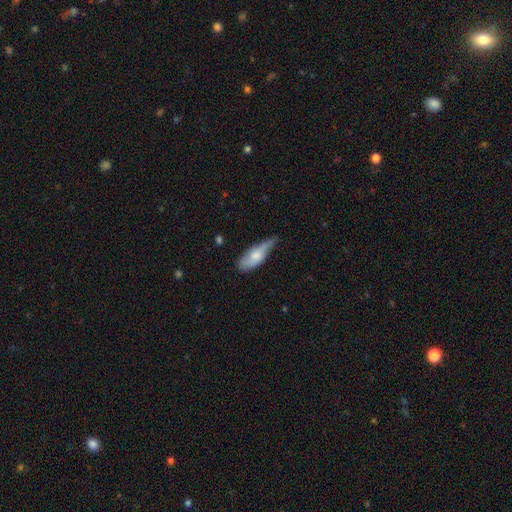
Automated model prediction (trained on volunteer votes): Q: Smooth or featured?
A: smooth (58%); runner-up: featured or disk (36%)
Q: How rounded?
A: in between (66%); runner-up: cigar-shaped (31%)
Q: Merging?
A: minor disturbance (45%); runner-up: none (38%)